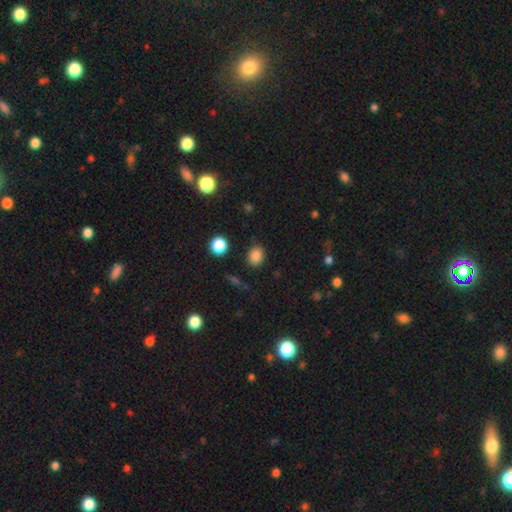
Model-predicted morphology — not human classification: This appears to be a smooth galaxy with no disk features (84%) that is round (55%). Merging: none (87%).